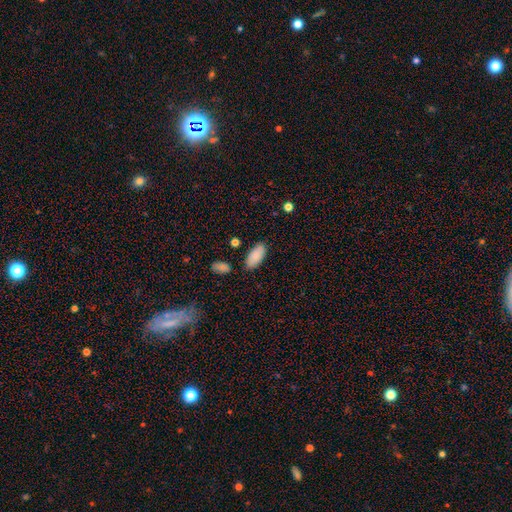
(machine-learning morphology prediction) type=smooth (88%); roundness=in between (90%); merging=none (81%).